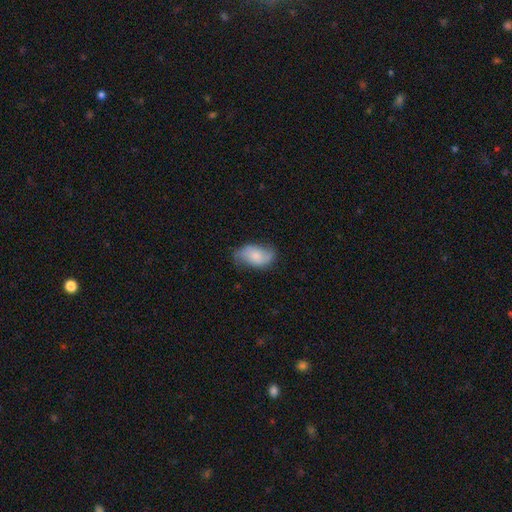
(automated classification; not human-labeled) smooth-or-featured: smooth: 52% | featured or disk: 41% | star or artifact: 7%
  how-rounded: in between: 91% | round: 7% | cigar-shaped: 2%
  merging: none: 64% | minor disturbance: 26% | major disturbance: 8% | merger: 2%